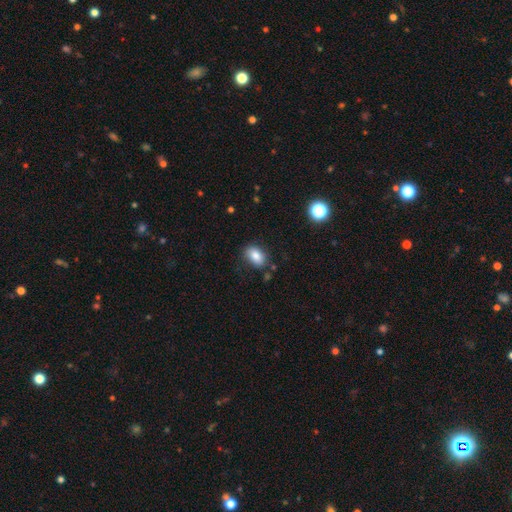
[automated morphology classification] Overall: smooth (84%). How rounded: in between (85%). Merging: none (80%).